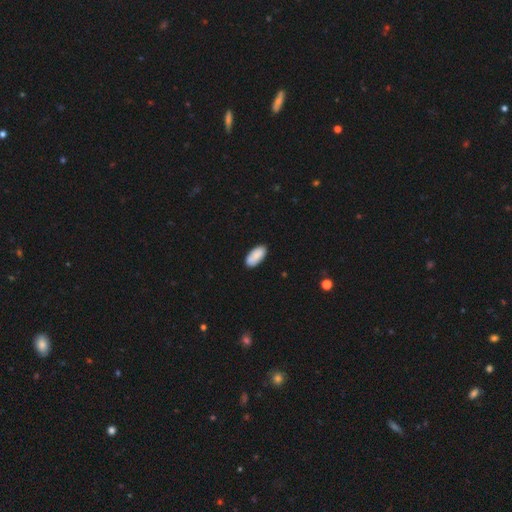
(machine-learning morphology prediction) A smooth galaxy with no disk features (87%) that is in between round and cigar-shaped (92%).

Vote fractions:
- Smooth or featured? smooth: 87% / featured or disk: 7% / star or artifact: 6%
- How rounded? in between: 92% / cigar-shaped: 6% / round: 2%
- Merging? none: 83% / minor disturbance: 13% / major disturbance: 2% / merger: 2%